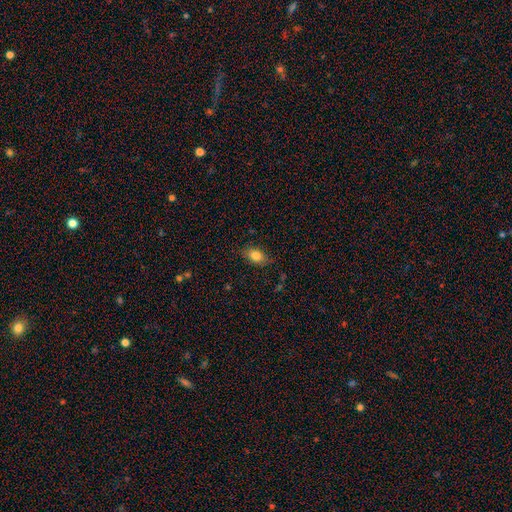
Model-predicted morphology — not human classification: This appears to be a smooth galaxy with no disk features (81%) that is in between round and cigar-shaped (83%). Merging: none (81%).